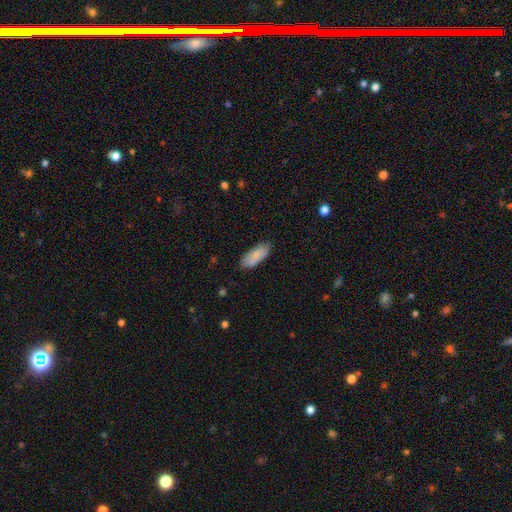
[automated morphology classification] This appears to be a smooth galaxy with no disk features (83%) that is in between round and cigar-shaped (79%). Merging: none (80%).